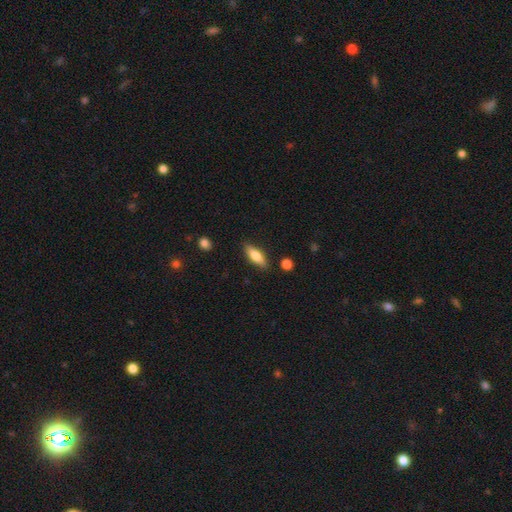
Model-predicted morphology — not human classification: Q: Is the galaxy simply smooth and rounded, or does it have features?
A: smooth — 67%.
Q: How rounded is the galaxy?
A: in between — 55%.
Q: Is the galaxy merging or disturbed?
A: none — 85%.